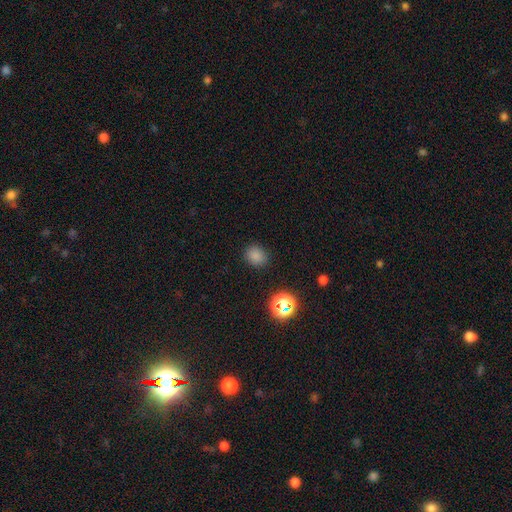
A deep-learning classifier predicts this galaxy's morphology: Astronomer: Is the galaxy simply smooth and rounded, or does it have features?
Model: smooth — 80%.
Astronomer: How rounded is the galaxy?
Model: round — 66%.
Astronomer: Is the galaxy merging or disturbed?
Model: none — 87%.